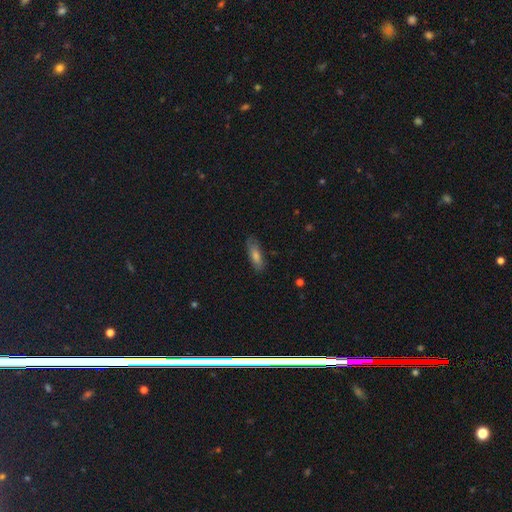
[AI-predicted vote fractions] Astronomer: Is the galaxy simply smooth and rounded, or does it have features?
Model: smooth — 62%.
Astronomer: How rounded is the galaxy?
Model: in between — 54% (runner-up: cigar-shaped, 44%).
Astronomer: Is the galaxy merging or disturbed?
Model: none — 82%.